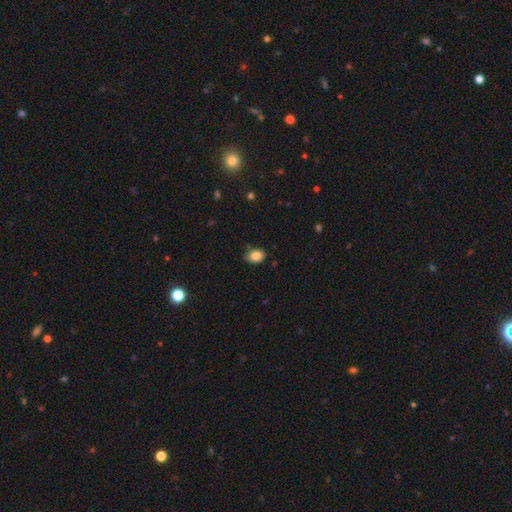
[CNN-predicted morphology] A smooth galaxy with no disk features (84%) that is in between round and cigar-shaped (71%).

Vote fractions:
- Smooth or featured? smooth: 84% / star or artifact: 9% / featured or disk: 7%
- How rounded? in between: 71% / round: 28% / cigar-shaped: 1%
- Merging? none: 77% / minor disturbance: 19% / major disturbance: 3% / merger: 2%